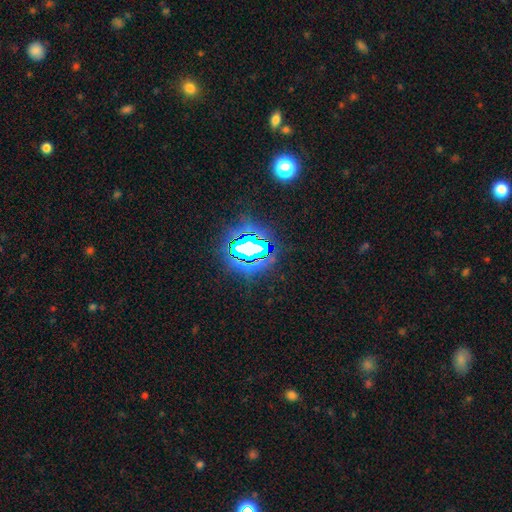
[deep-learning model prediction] Smooth or featured? star or artifact (82%)